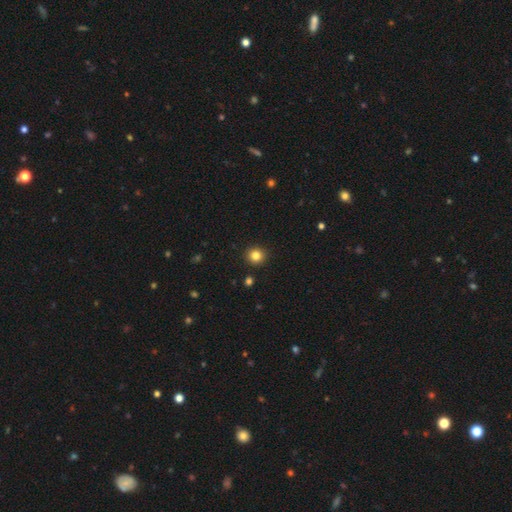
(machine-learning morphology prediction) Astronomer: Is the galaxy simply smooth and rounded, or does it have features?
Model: smooth — 83%.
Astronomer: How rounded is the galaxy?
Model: round — 92%.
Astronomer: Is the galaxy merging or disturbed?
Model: none — 92%.